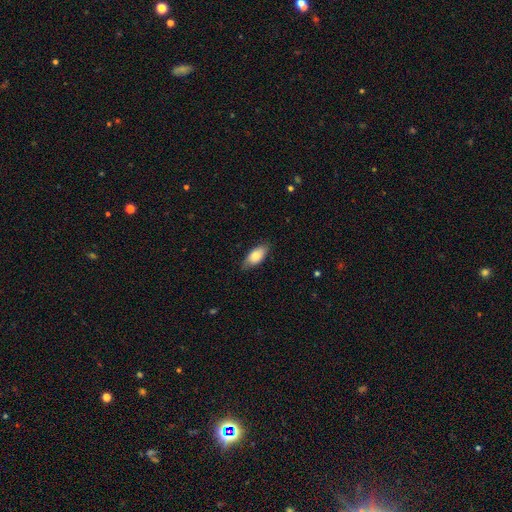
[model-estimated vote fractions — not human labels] A smooth galaxy with no disk features (81%) that is in between round and cigar-shaped (88%).

Vote fractions:
- Smooth or featured? smooth: 81% / featured or disk: 13% / star or artifact: 6%
- How rounded? in between: 88% / cigar-shaped: 9% / round: 3%
- Merging? none: 79% / minor disturbance: 17% / major disturbance: 3% / merger: 1%